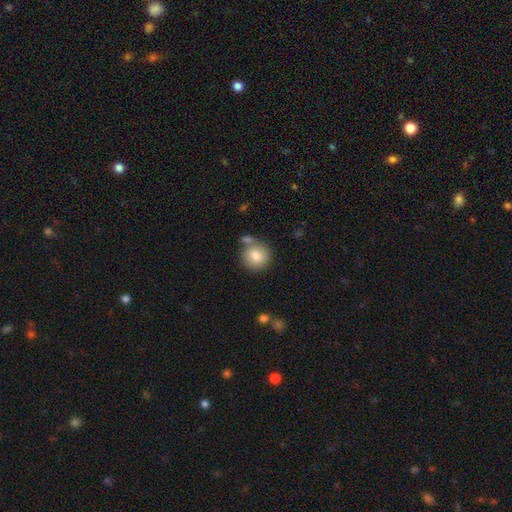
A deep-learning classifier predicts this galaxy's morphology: A smooth galaxy with no disk features (82%) that is round (91%).

Vote fractions:
- Smooth or featured? smooth: 82% / featured or disk: 10% / star or artifact: 8%
- How rounded? round: 91% / in between: 8% / cigar-shaped: 1%
- Merging? none: 67% / merger: 18% / minor disturbance: 12% / major disturbance: 4%